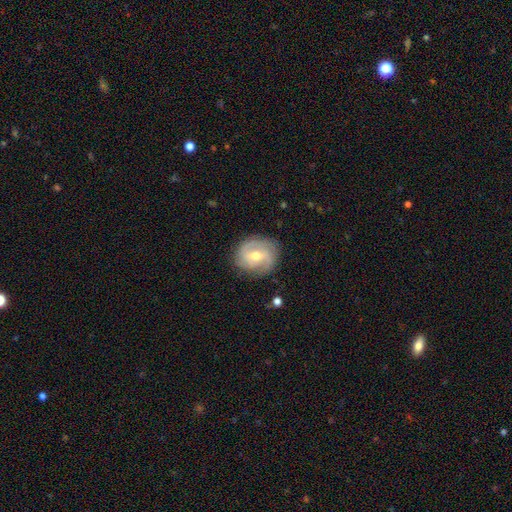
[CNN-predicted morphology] A featured or disk galaxy (69%) with a weak bar (50%), 2 (59%) medium (42%) spiral arms (87%) and a moderate central bulge (61%).

Vote fractions:
- Smooth or featured? featured or disk: 69% / smooth: 24% / star or artifact: 6%
- Edge-on disk? no: 97% / yes: 3%
- Bar? weak: 50% / no: 33% / strong: 17%
- Spiral arms? yes: 87% / no: 13%
- Spiral winding? medium: 42% / tight: 40% / loose: 18%
- Spiral arm count? 2: 59% / can't tell: 19% / 3: 13% / 1: 5% / 4: 3% / more than 4: 2%
- Bulge size? moderate: 61% / small: 34% / large: 2% / none: 1% / dominant: 1%
- Merging? none: 79% / minor disturbance: 15% / major disturbance: 5% / merger: 1%